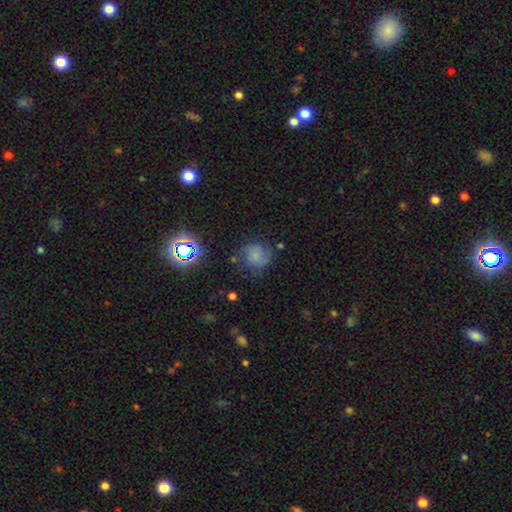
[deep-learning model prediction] A smooth galaxy with no disk features (52%) that is round (83%).

Vote fractions:
- Smooth or featured? smooth: 52% / featured or disk: 31% / star or artifact: 17%
- How rounded? round: 83% / in between: 16% / cigar-shaped: 1%
- Merging? none: 59% / minor disturbance: 24% / major disturbance: 14% / merger: 3%